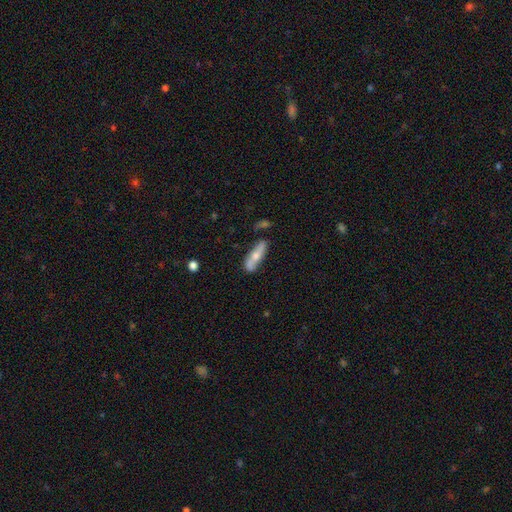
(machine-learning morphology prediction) smooth 50%, featured or disk 44%, star or artifact 6%. Down the decision tree: merging — none (69%).